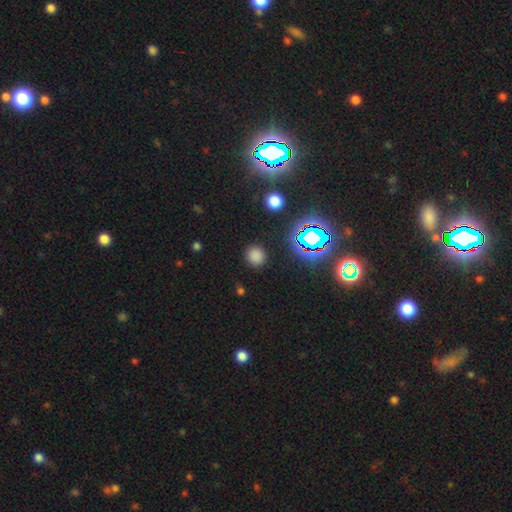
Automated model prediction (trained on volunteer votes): smooth_or_featured: smooth (p=0.74) [alt: star or artifact p=0.20]
how_rounded: round (p=0.84) [alt: in between p=0.15]
merging: none (p=0.88) [alt: minor disturbance p=0.07]